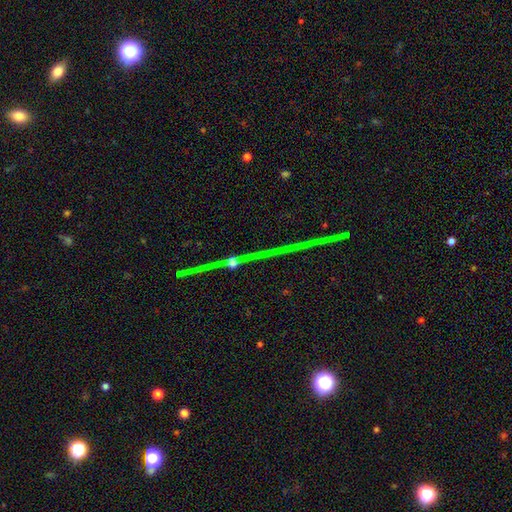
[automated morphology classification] A star or artifact, not a galaxy (63%).

Vote fractions:
- Smooth or featured? star or artifact: 63% / featured or disk: 29% / smooth: 8%